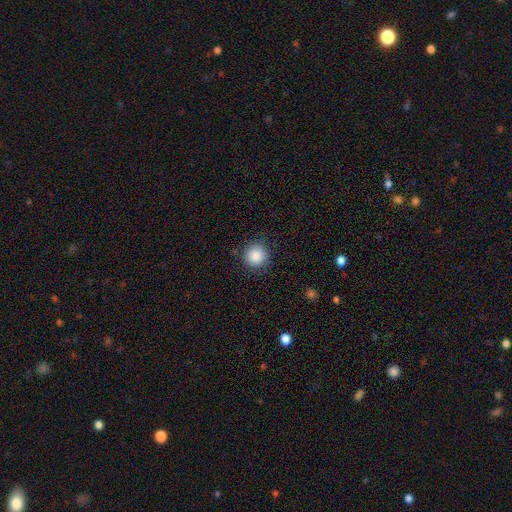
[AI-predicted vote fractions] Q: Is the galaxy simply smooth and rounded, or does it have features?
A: smooth — 88%.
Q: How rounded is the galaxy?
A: round — 94%.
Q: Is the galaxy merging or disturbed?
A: none — 89%.